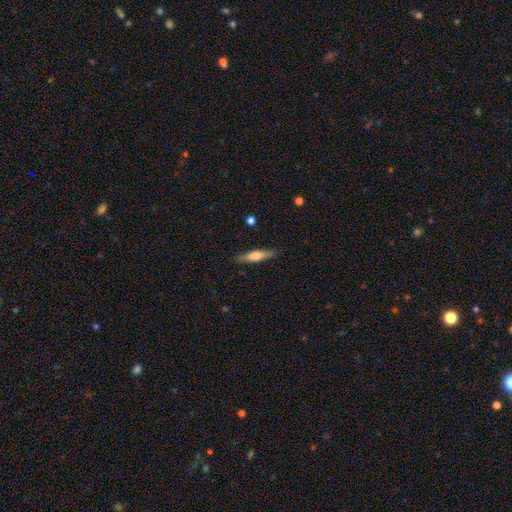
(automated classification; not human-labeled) Smooth or featured?
  - smooth: 58% *
  - featured or disk: 36%
  - star or artifact: 6%
How rounded?
  - cigar-shaped: 77% *
  - in between: 22%
  - round: 2%
Merging?
  - none: 86% *
  - minor disturbance: 11%
  - major disturbance: 2%
  - merger: 1%